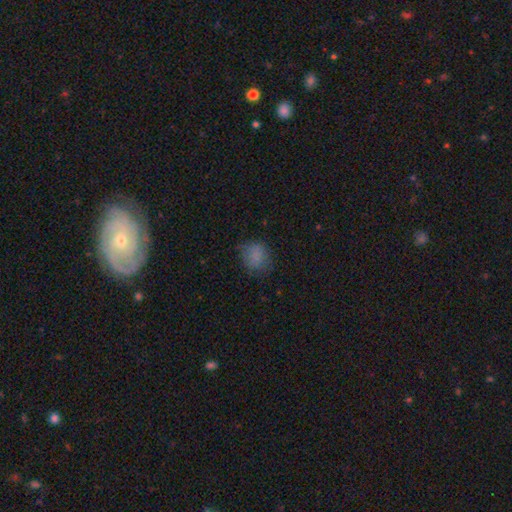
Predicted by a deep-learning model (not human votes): smooth 81%, star or artifact 11%, featured or disk 8%. Down the decision tree: how rounded — round (70%); merging — none (68%).